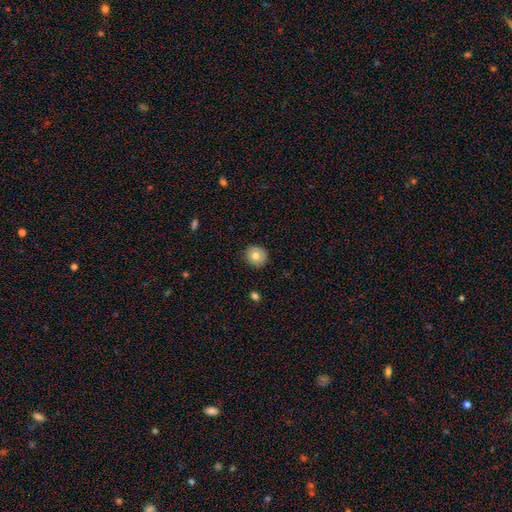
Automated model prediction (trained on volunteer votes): Morphology: type=smooth (76%); roundness=round (88%); merging=none (89%).